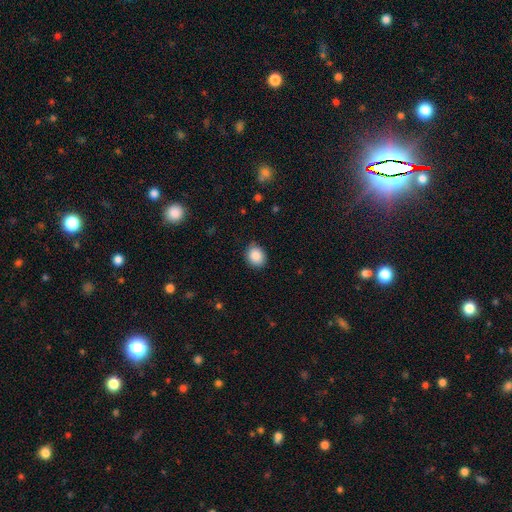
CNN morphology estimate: Smooth or featured? smooth (87%)
How rounded? round (62%)
Merging? none (82%)